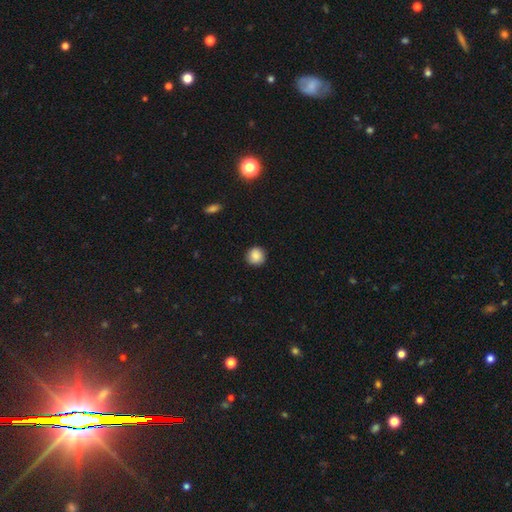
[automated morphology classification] Smooth or featured?
  - smooth: 88% *
  - star or artifact: 9%
  - featured or disk: 4%
How rounded?
  - round: 93% *
  - in between: 6%
  - cigar-shaped: 1%
Merging?
  - none: 90% *
  - minor disturbance: 7%
  - major disturbance: 2%
  - merger: 1%